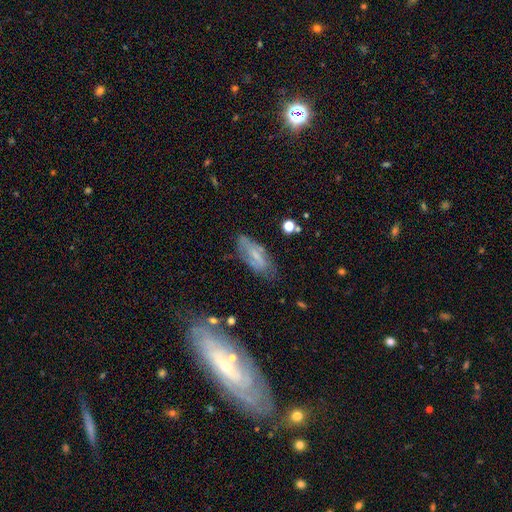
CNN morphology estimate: Q: Smooth or featured?
A: featured or disk (52%); runner-up: smooth (39%)
Q: Edge-on disk?
A: no (83%); runner-up: yes (17%)
Q: Merging?
A: none (66%); runner-up: minor disturbance (23%)